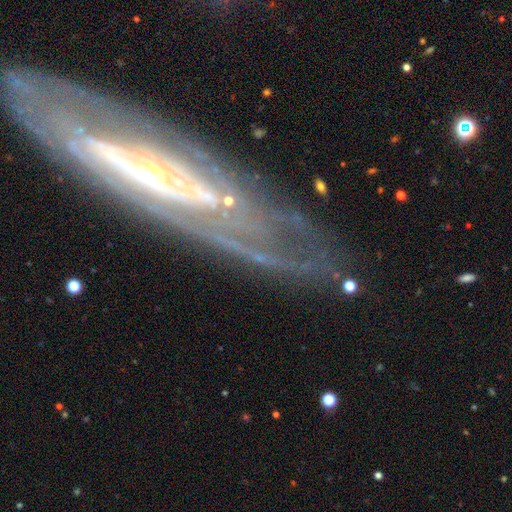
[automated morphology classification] Smooth or featured? featured or disk (83%)
Edge-on disk? no (71%)
Bar? no (56%)
Spiral arms? yes (84%)
Bulge size? small (73%)
Merging? none (76%)